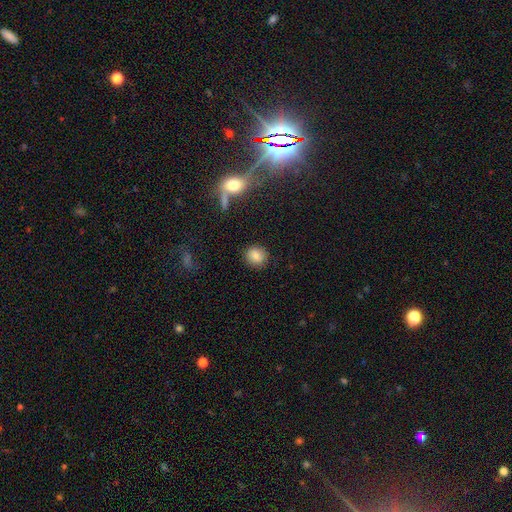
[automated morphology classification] A smooth galaxy with no disk features (83%) that is round (83%). Merging: none (87%).